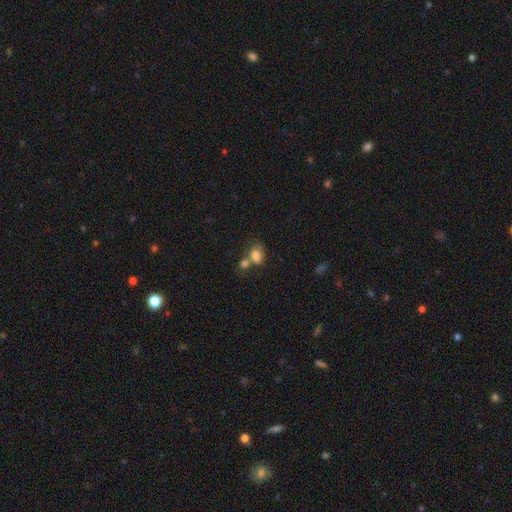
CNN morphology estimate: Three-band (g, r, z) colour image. It shows a smooth galaxy with no disk features (79%) that is in between round and cigar-shaped (73%). Merging: merger (51%).